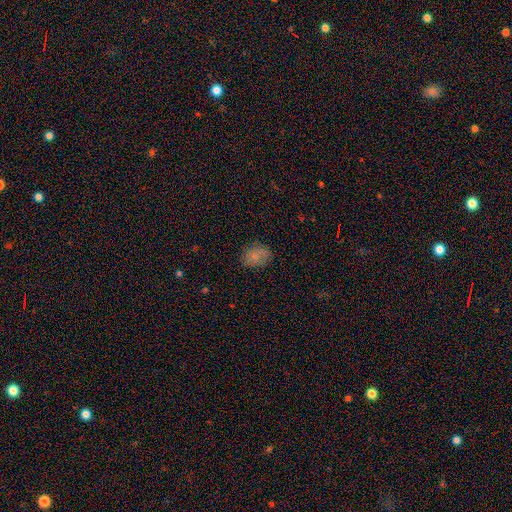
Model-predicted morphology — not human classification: This appears to be a smooth galaxy with no disk features (80%) that is in between round and cigar-shaped (71%). Merging: none (79%).